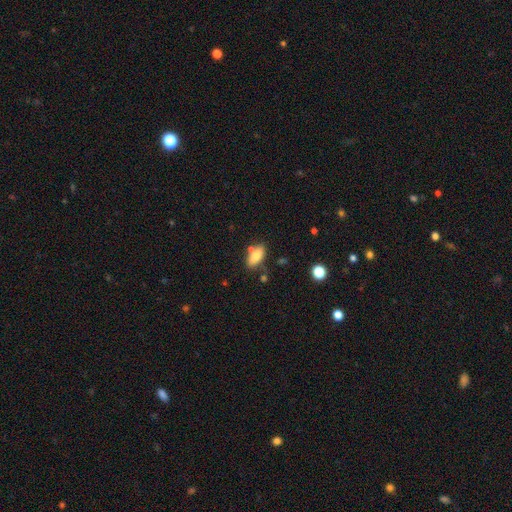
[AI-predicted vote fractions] Smooth or featured?
  - smooth: 78% *
  - featured or disk: 14%
  - star or artifact: 8%
How rounded?
  - in between: 85% *
  - cigar-shaped: 11%
  - round: 4%
Merging?
  - none: 69% *
  - minor disturbance: 16%
  - merger: 11%
  - major disturbance: 4%